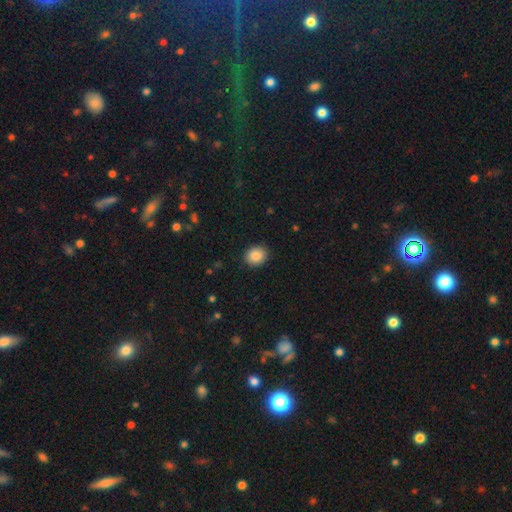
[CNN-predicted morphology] Smooth or featured? Predicted: smooth (p=0.88). How rounded? Predicted: round (p=0.74). Merging? Predicted: none (p=0.90).